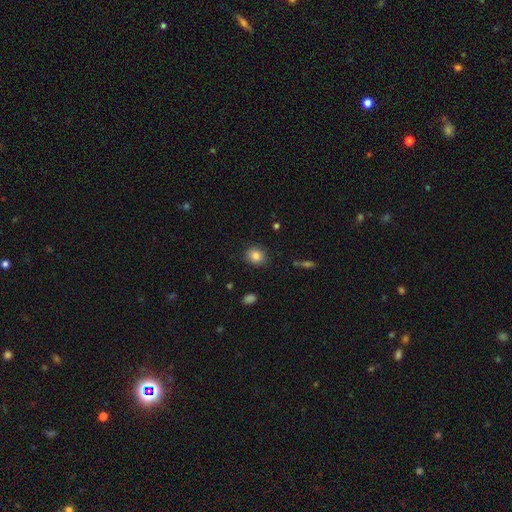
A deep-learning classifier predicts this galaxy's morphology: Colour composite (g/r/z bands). It shows a smooth galaxy with no disk features (83%) that is round (73%). Merging: none (87%).